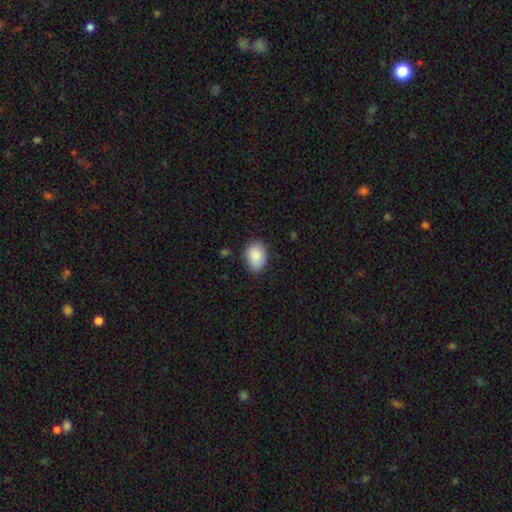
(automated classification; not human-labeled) Smooth or featured? Predicted: smooth (p=0.88). How rounded? Predicted: in between (p=0.77). Merging? Predicted: none (p=0.76).